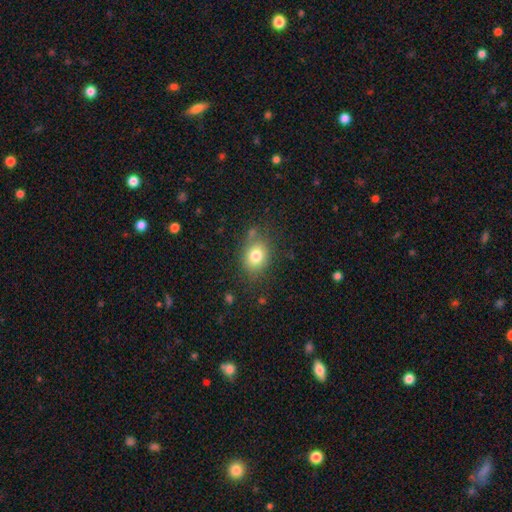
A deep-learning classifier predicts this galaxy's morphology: Overall: smooth (80%). How rounded: in between (53%; round 46%). Merging: none (75%).